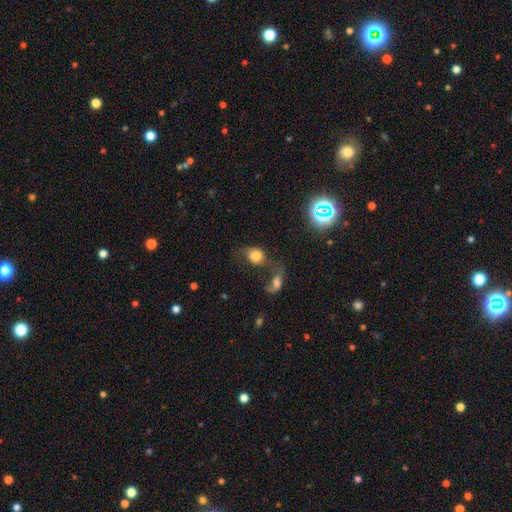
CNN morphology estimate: A smooth galaxy with no disk features (70%) that is round (53%). Merging: merger (35%).